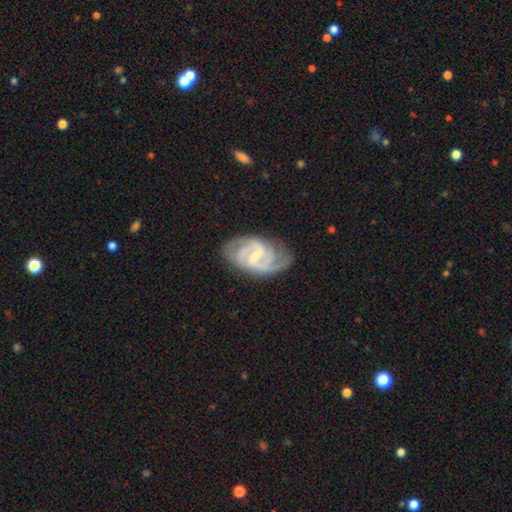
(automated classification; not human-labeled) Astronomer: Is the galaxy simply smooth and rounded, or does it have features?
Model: featured or disk — 87%.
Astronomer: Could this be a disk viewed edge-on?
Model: no — 97%.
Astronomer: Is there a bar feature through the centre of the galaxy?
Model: weak — 52% (runner-up: strong, 37%).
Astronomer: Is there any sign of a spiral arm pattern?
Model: yes — 97%.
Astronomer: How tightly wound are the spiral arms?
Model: medium — 52% (runner-up: tight, 33%).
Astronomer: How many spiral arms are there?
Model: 2 — 66%.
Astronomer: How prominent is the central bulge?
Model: small — 60%.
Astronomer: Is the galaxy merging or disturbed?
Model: none — 74%.